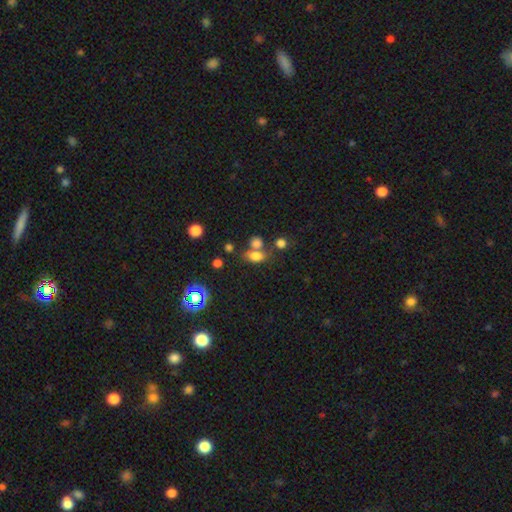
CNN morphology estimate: Smooth or featured? smooth (72%)
How rounded? in between (76%)
Merging? none (49%)